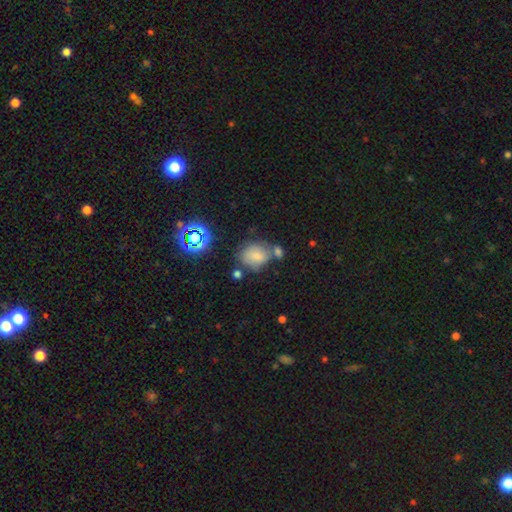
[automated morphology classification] A smooth galaxy with no disk features (72%) that is round (56%). Merging: none (49%).